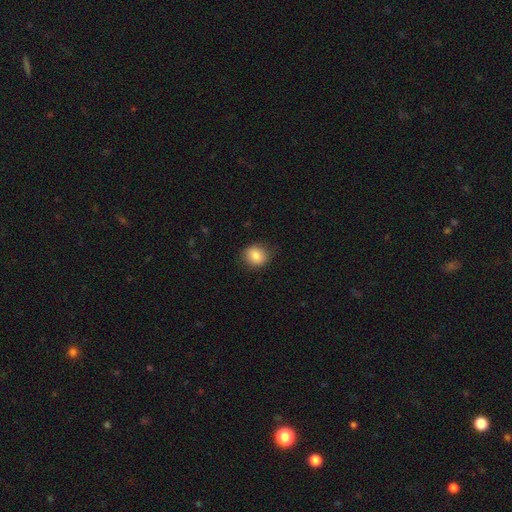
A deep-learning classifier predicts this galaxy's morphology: The model was most divided on "how rounded": round: 73%, in between: 26%, cigar-shaped: 1%. More confident: smooth or featured — smooth (84%); merging — none (83%).